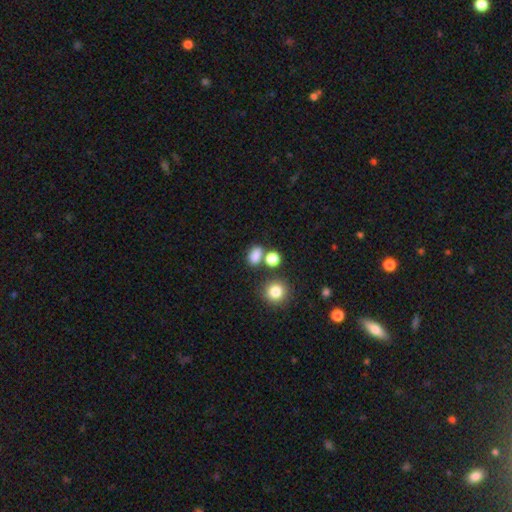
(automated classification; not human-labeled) Overall: smooth (81%). How rounded: in between (64%; round 34%). Merging: none (60%; merger 21%).